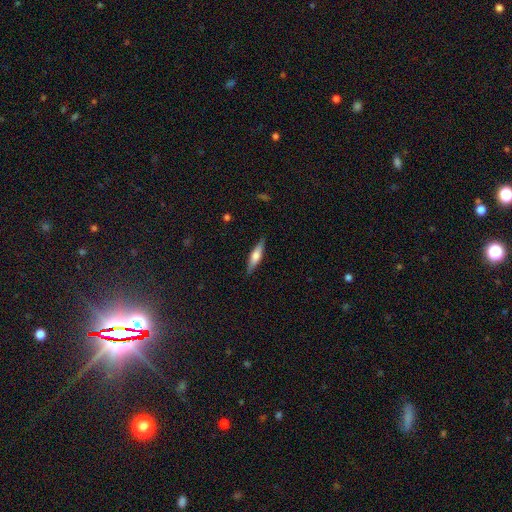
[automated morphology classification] Smooth or featured?
  - smooth: 48% *
  - featured or disk: 46%
  - star or artifact: 6%
Merging?
  - none: 88% *
  - minor disturbance: 9%
  - major disturbance: 2%
  - merger: 1%